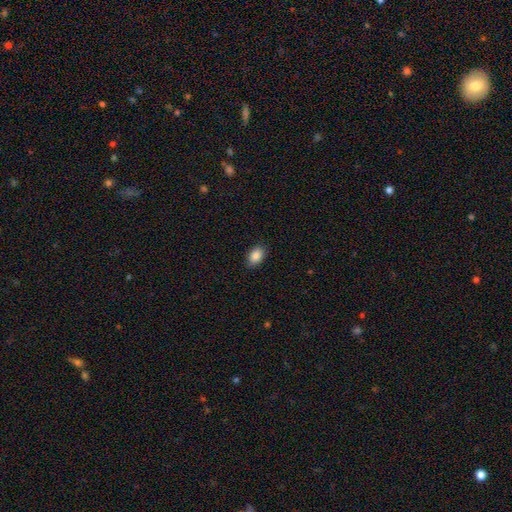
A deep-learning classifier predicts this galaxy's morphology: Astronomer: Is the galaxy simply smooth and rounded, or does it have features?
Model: smooth — 88%.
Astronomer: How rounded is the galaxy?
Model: in between — 87%.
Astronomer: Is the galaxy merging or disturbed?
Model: none — 86%.